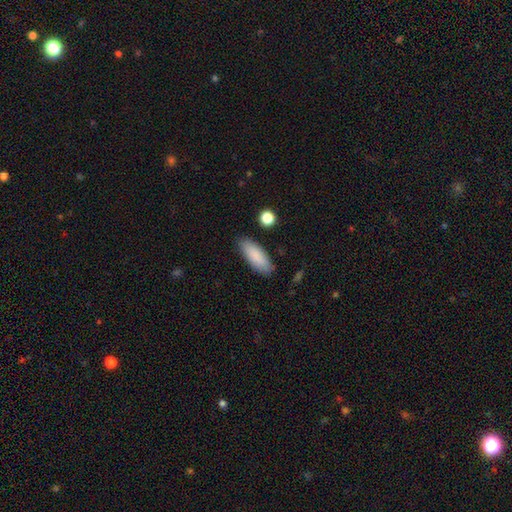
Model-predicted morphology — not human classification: Smooth or featured: smooth — 87% (featured or disk — 7%)
How rounded: in between — 70% (cigar-shaped — 28%)
Merging: none — 86% (minor disturbance — 10%)